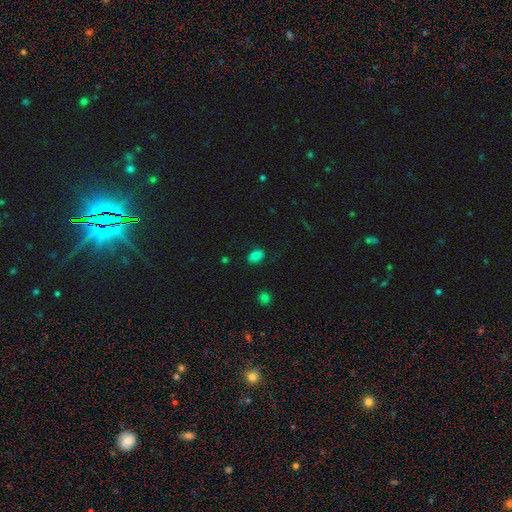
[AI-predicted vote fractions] smooth_or_featured: smooth (p=0.79) [alt: star or artifact p=0.13]
how_rounded: in between (p=0.84) [alt: round p=0.14]
merging: none (p=0.76) [alt: minor disturbance p=0.17]